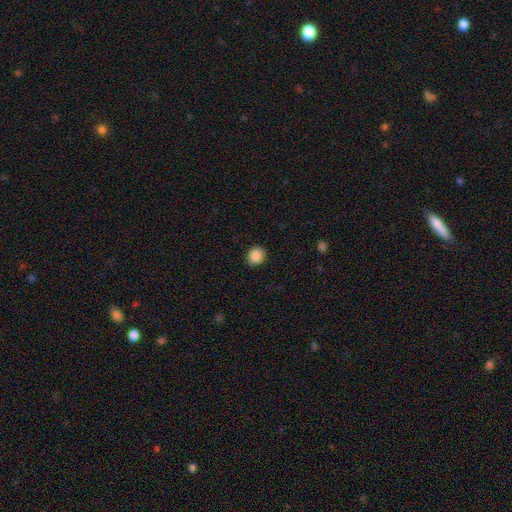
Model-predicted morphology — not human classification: Smooth or featured? Predicted: smooth (p=0.88). How rounded? Predicted: round (p=0.83). Merging? Predicted: none (p=0.89).